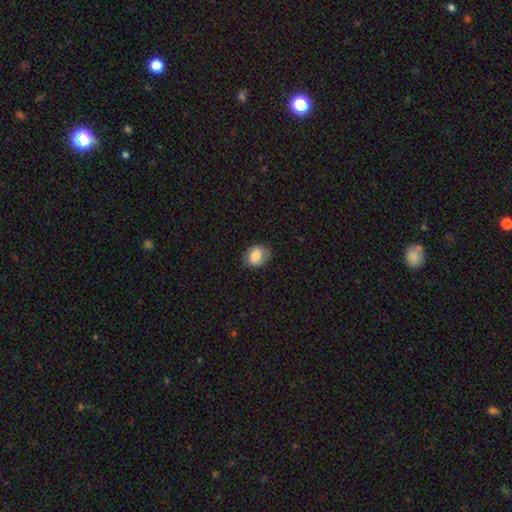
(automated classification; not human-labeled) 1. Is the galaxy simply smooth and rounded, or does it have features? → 73% smooth, 19% featured or disk, 8% star or artifact.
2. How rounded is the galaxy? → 62% in between, 37% round, 1% cigar-shaped.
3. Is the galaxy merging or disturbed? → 76% none, 18% minor disturbance, 5% major disturbance, 1% merger.